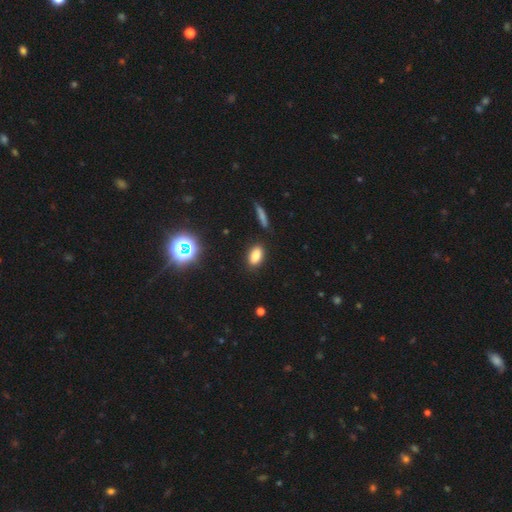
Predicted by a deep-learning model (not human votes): Morphology: type=smooth (81%); roundness=in between (86%); merging=none (87%).